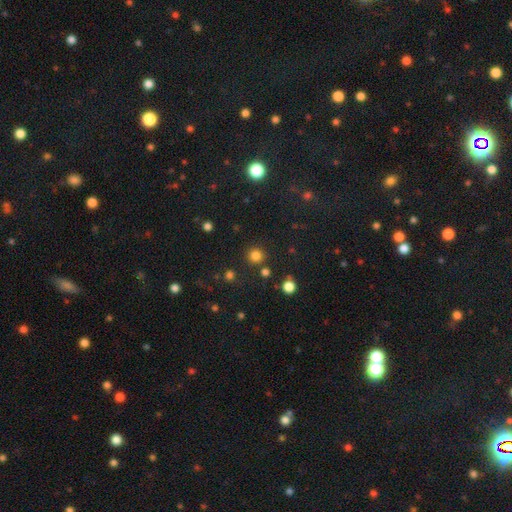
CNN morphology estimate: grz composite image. It shows a smooth galaxy with no disk features (80%) that is round (93%). Merging: none (86%).